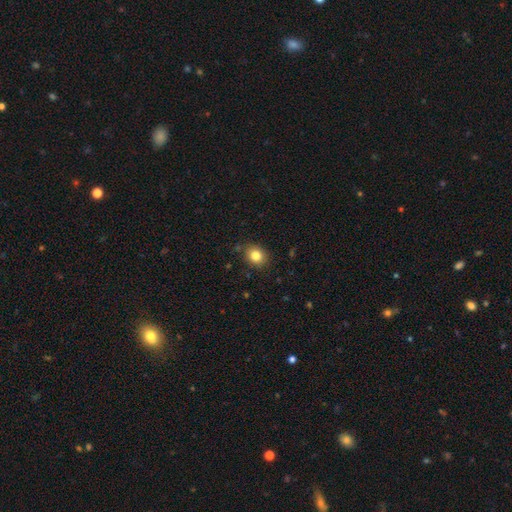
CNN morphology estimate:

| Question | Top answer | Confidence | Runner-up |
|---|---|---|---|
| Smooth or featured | smooth | 83% | star or artifact (11%) |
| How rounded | round | 65% | in between (34%) |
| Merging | none | 85% | minor disturbance (11%) |